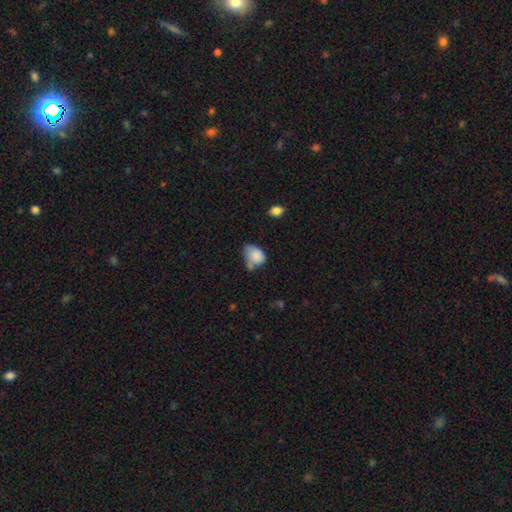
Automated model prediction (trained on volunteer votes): Smooth or featured?
  - smooth: 81% *
  - featured or disk: 10%
  - star or artifact: 9%
How rounded?
  - in between: 72% *
  - round: 27%
  - cigar-shaped: 1%
Merging?
  - minor disturbance: 35% *
  - none: 30%
  - merger: 18%
  - major disturbance: 17%